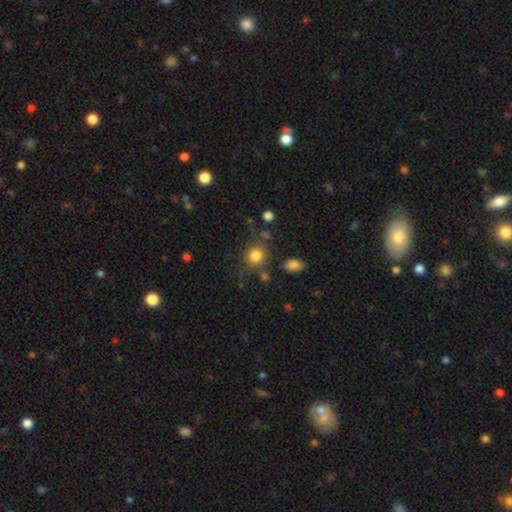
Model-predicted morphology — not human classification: Smooth or featured?
  - smooth: 82% *
  - star or artifact: 11%
  - featured or disk: 7%
How rounded?
  - round: 85% *
  - in between: 14%
  - cigar-shaped: 1%
Merging?
  - none: 73% *
  - minor disturbance: 13%
  - merger: 8%
  - major disturbance: 6%